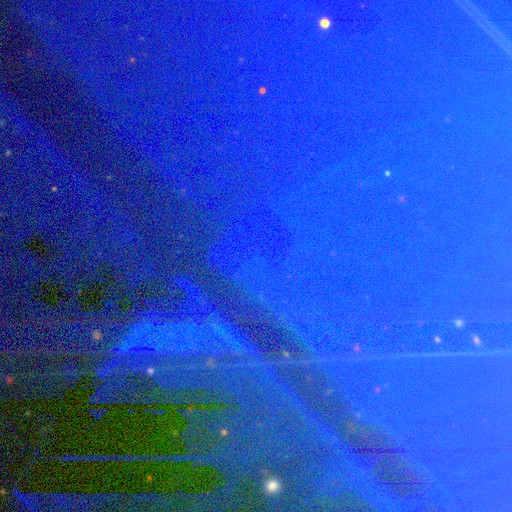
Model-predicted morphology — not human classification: Smooth or featured? Predicted: star or artifact (p=0.85).